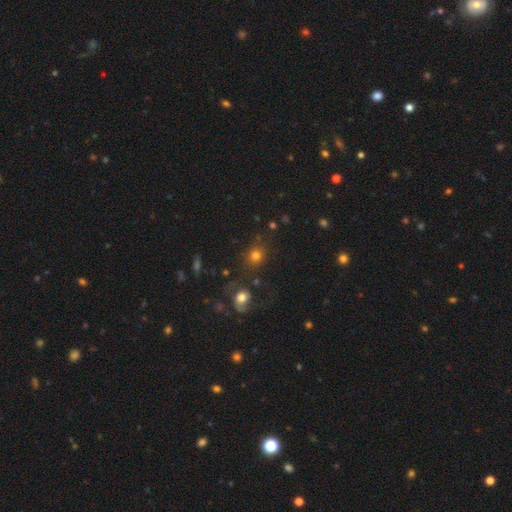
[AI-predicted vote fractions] smooth_or_featured: smooth (p=0.76) [alt: star or artifact p=0.15]
how_rounded: round (p=0.77) [alt: in between p=0.22]
merging: none (p=0.71) [alt: merger p=0.12]